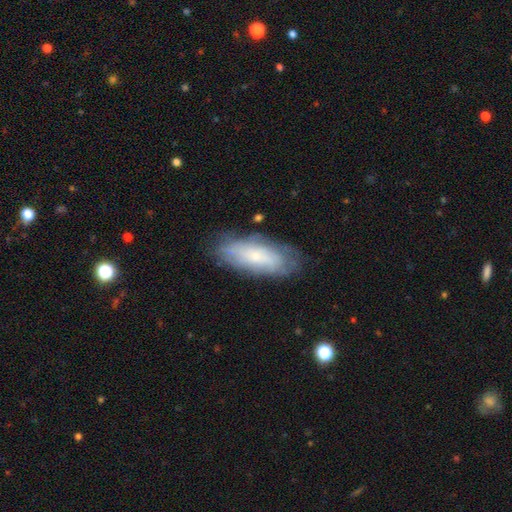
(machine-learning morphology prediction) A smooth galaxy with no disk features (50%).

Vote fractions:
- Smooth or featured? smooth: 50% / featured or disk: 43% / star or artifact: 8%
- Merging? none: 73% / minor disturbance: 19% / major disturbance: 6% / merger: 2%